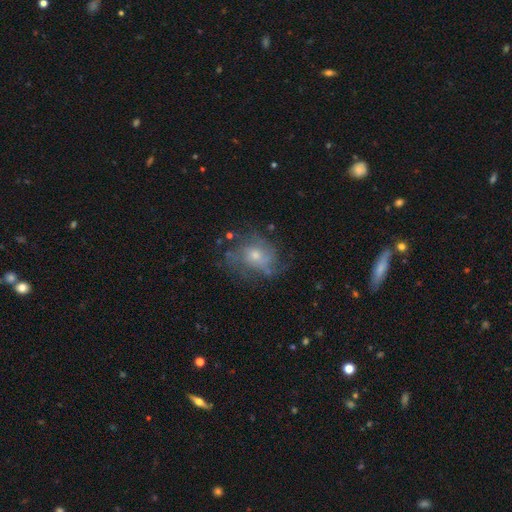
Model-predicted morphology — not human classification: Overall: featured or disk (63%; smooth 26%). Edge-on disk: no (97%). Bar: no (80%). Spiral arms: yes (74%). Bulge size: small (48%; moderate 46%). Merging: none (62%).